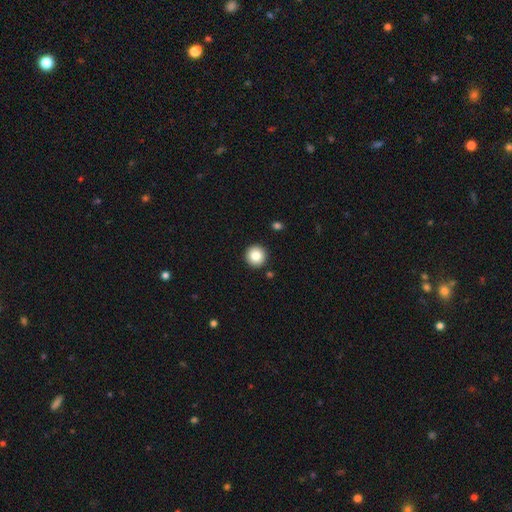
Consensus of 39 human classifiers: A smooth galaxy with no disk features (90%) that is round (94%). Merging: none (89%).